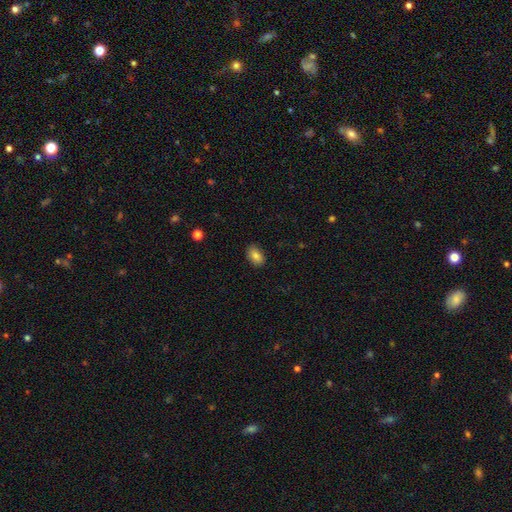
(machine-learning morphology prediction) type=smooth (83%); roundness=in between (87%); merging=none (87%).